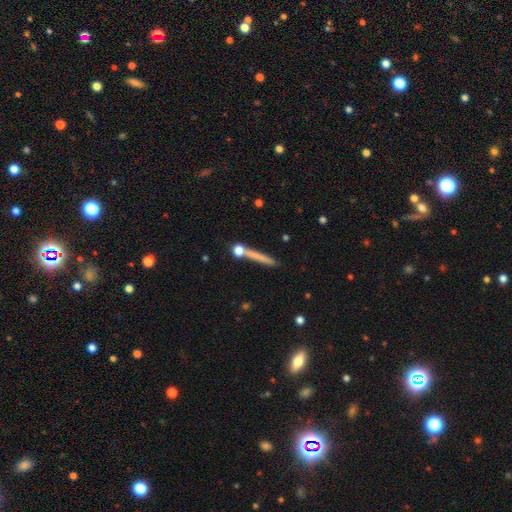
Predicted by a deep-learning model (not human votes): smooth_or_featured: smooth (p=0.60) [alt: featured or disk p=0.31]
how_rounded: cigar-shaped (p=0.87) [alt: round p=0.08]
merging: none (p=0.75) [alt: minor disturbance p=0.11]